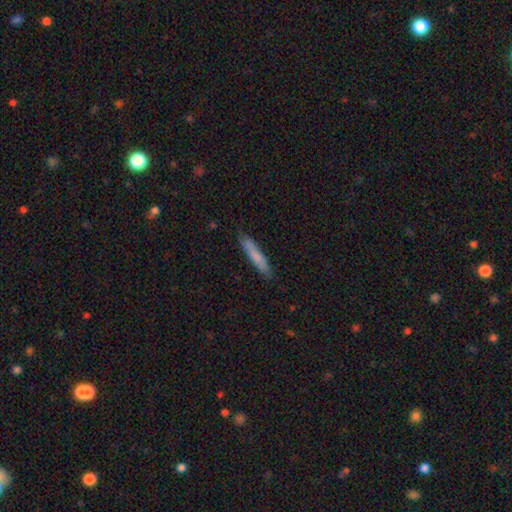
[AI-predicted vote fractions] This is likely a smooth galaxy (77%). How rounded: clearly cigar-shaped (92%). Merging: clearly none (85%).